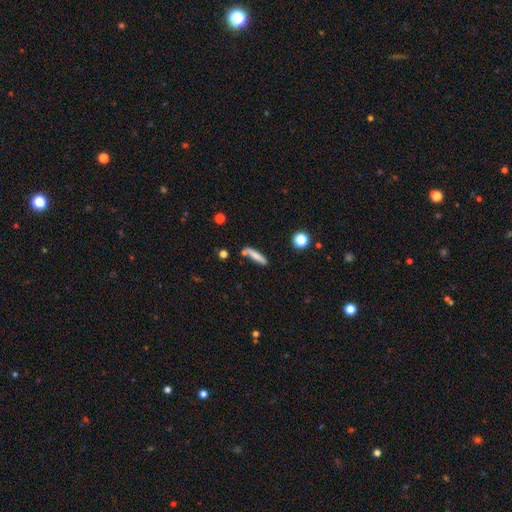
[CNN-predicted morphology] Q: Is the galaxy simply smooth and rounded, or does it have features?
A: smooth — 77%.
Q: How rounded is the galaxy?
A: cigar-shaped — 85%.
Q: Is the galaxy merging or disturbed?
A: none — 74%.